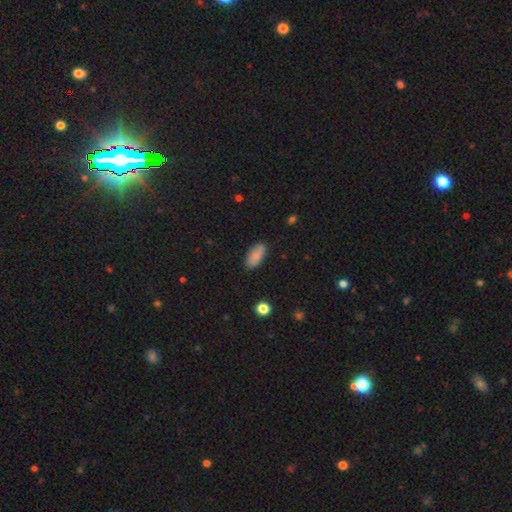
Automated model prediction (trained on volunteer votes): smooth_or_featured: smooth (p=0.82) [alt: featured or disk p=0.11]
how_rounded: in between (p=0.89) [alt: cigar-shaped p=0.09]
merging: none (p=0.84) [alt: minor disturbance p=0.12]